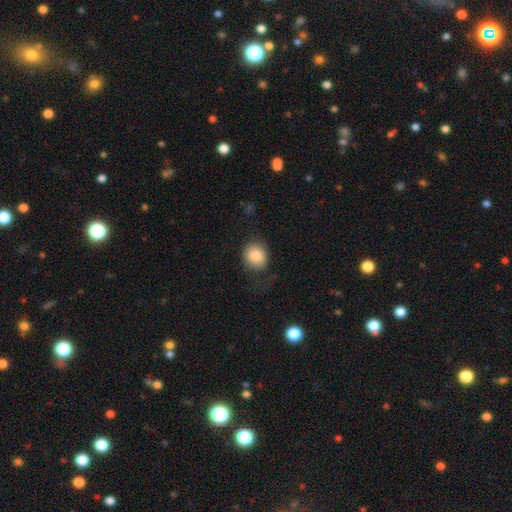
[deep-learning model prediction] Smooth or featured: smooth — 84% (featured or disk — 8%)
How rounded: round — 74% (in between — 25%)
Merging: none — 70% (minor disturbance — 19%)